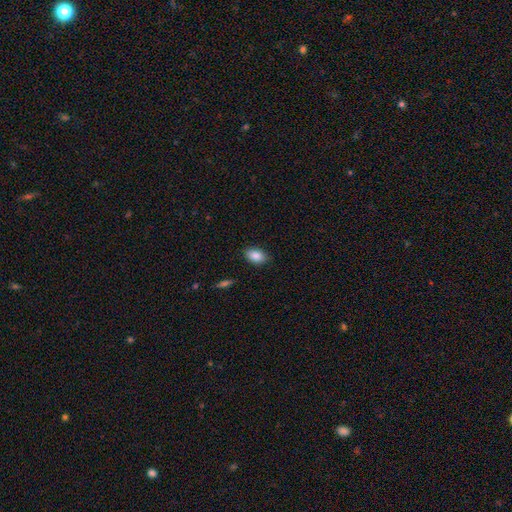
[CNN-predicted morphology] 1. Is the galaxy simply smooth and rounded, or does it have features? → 88% smooth, 8% star or artifact, 5% featured or disk.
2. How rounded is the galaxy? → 88% in between, 10% round, 2% cigar-shaped.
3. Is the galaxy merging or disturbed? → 87% none, 10% minor disturbance, 2% major disturbance, 1% merger.